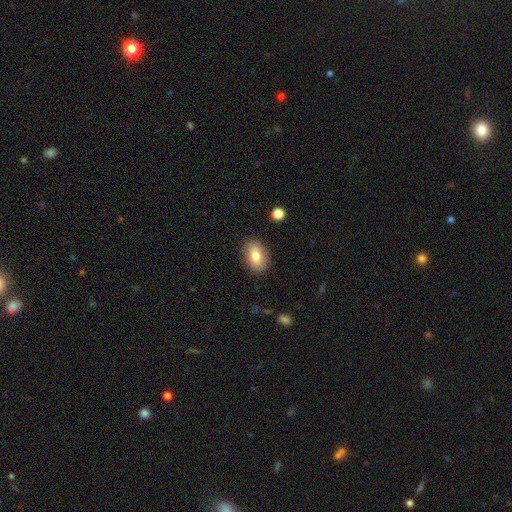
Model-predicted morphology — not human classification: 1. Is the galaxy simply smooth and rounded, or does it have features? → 80% smooth, 13% featured or disk, 7% star or artifact.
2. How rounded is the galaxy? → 87% in between, 11% round, 2% cigar-shaped.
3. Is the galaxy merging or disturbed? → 86% none, 10% minor disturbance, 3% major disturbance, 1% merger.